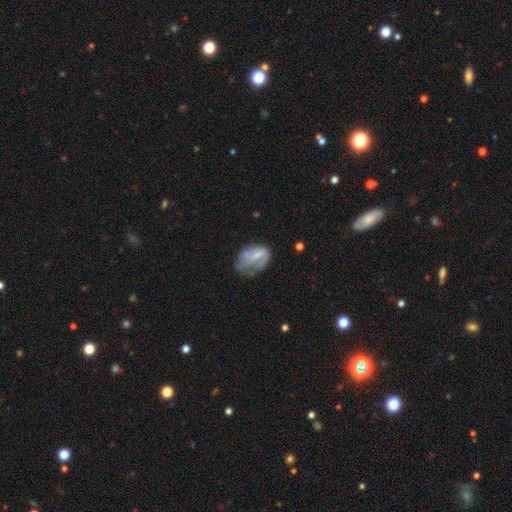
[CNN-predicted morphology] The model was most divided on "bar" (2-way tie): weak: 41%, no: 41%, strong: 17%. Remaining: edge-on disk — no (96%); smooth or featured — featured or disk (52%); spiral arms — no (51%); bulge size — small (45%); merging — major disturbance (35%).